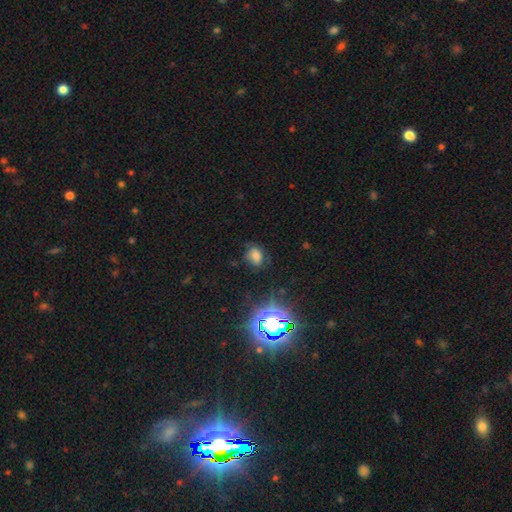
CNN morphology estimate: Smooth or featured? Predicted: smooth (p=0.63). How rounded? Predicted: in between (p=0.66). Merging? Predicted: none (p=0.63).